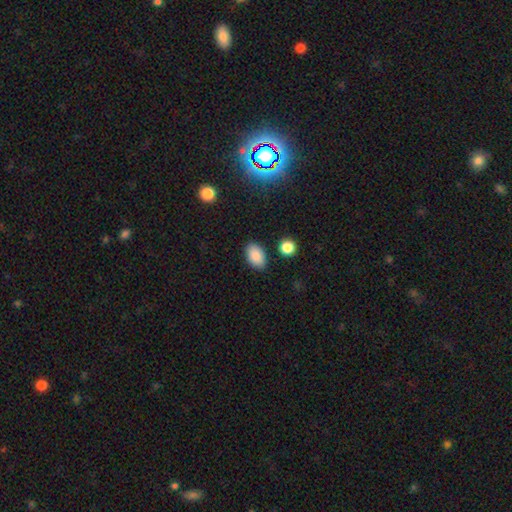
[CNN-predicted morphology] A smooth galaxy with no disk features (87%) that is in between round and cigar-shaped (91%). Merging: none (84%).